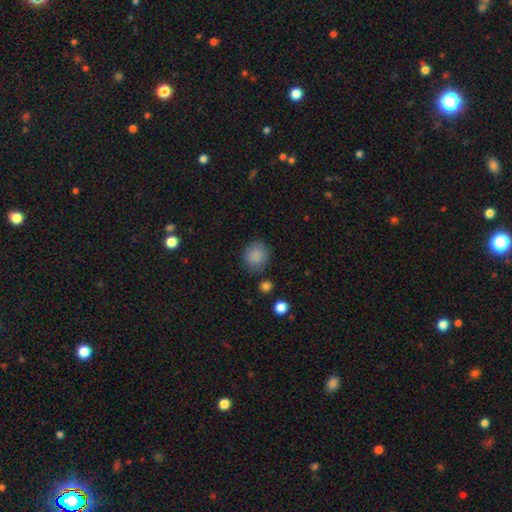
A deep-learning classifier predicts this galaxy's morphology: A smooth galaxy with no disk features (87%) that is round (80%).

Vote fractions:
- Smooth or featured? smooth: 87% / star or artifact: 9% / featured or disk: 4%
- How rounded? round: 80% / in between: 19% / cigar-shaped: 1%
- Merging? none: 81% / minor disturbance: 13% / major disturbance: 4% / merger: 3%